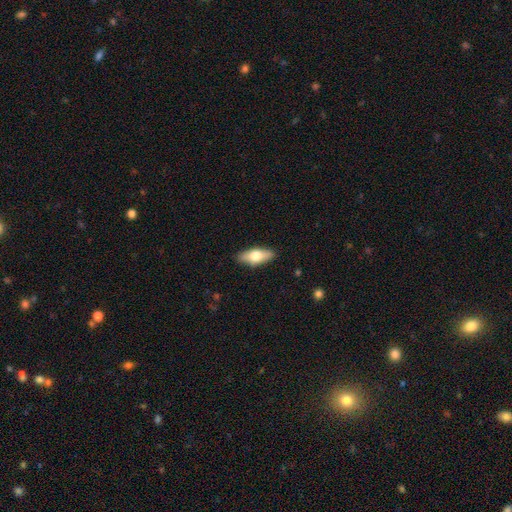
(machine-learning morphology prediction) A smooth galaxy with no disk features (61%) that is in between round and cigar-shaped (75%). Merging: none (87%).